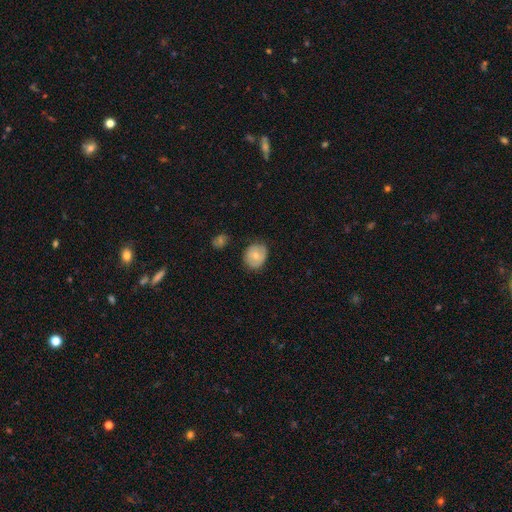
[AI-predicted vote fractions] This appears to be a smooth galaxy with no disk features (62%) that is round (68%). Merging: none (72%).